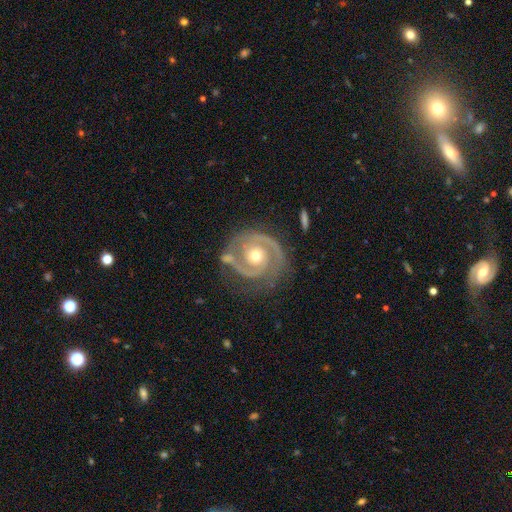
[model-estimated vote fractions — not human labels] smooth_or_featured: featured or disk (p=0.91) [alt: smooth p=0.05]
disk_edge_on: no (p=0.98) [alt: yes p=0.02]
bar: no (p=0.74) [alt: weak p=0.19]
has_spiral_arms: yes (p=0.97) [alt: no p=0.03]
spiral_winding: tight (p=0.60) [alt: medium p=0.34]
spiral_arm_count: 2 (p=0.84) [alt: 3 p=0.05]
bulge_size: moderate (p=0.63) [alt: small p=0.32]
merging: none (p=0.70) [alt: minor disturbance p=0.17]